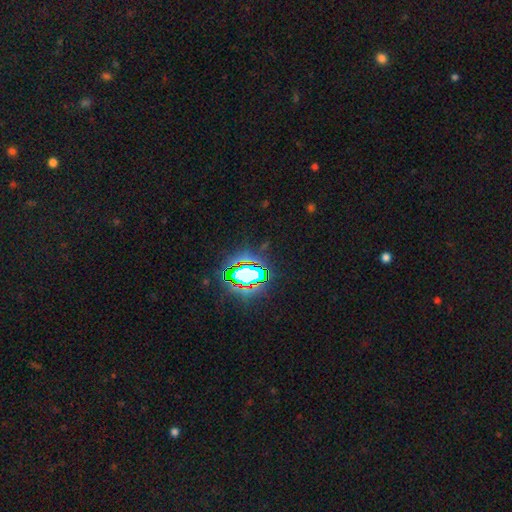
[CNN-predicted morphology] The model was most divided on "smooth or featured": star or artifact: 78%, smooth: 14%, featured or disk: 8%.